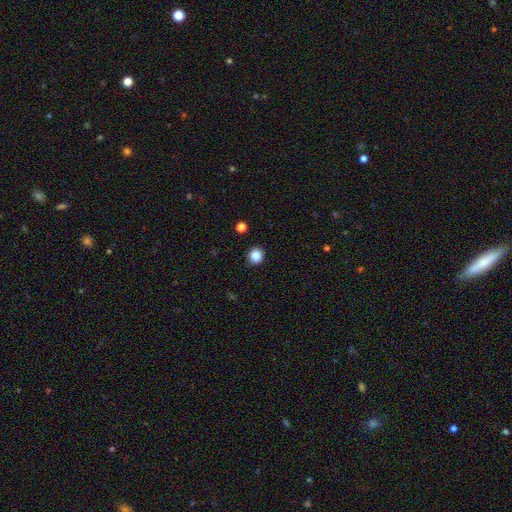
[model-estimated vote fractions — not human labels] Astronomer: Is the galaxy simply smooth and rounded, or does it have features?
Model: smooth — 86%.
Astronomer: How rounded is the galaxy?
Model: round — 90%.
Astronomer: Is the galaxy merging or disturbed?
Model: none — 92%.